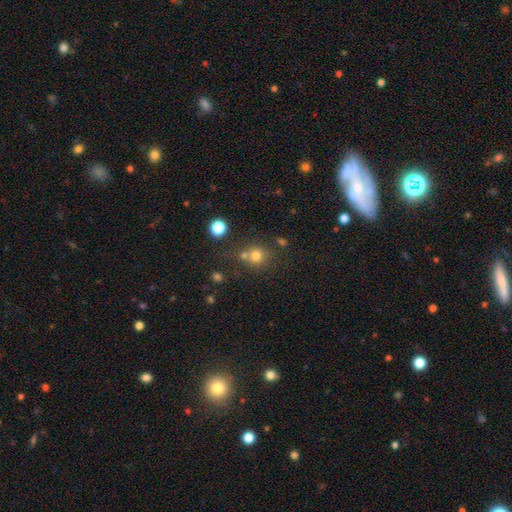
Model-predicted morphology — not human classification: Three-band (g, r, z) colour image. It shows a smooth galaxy with no disk features (75%) that is round (86%). Merging: none (59%).